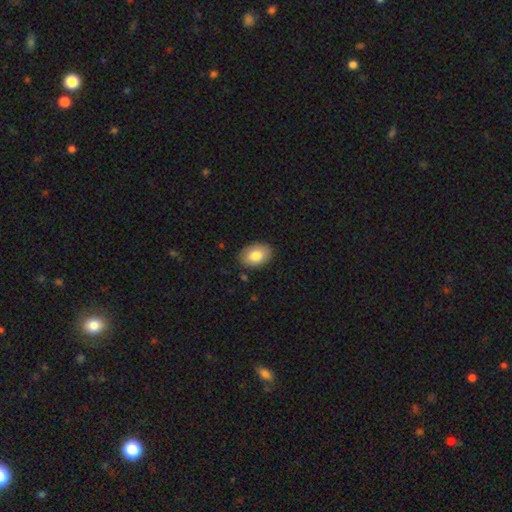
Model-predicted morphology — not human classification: A smooth galaxy with no disk features (82%) that is in between round and cigar-shaped (87%).

Vote fractions:
- Smooth or featured? smooth: 82% / featured or disk: 11% / star or artifact: 7%
- How rounded? in between: 87% / round: 12% / cigar-shaped: 1%
- Merging? none: 87% / minor disturbance: 10% / major disturbance: 2% / merger: 1%